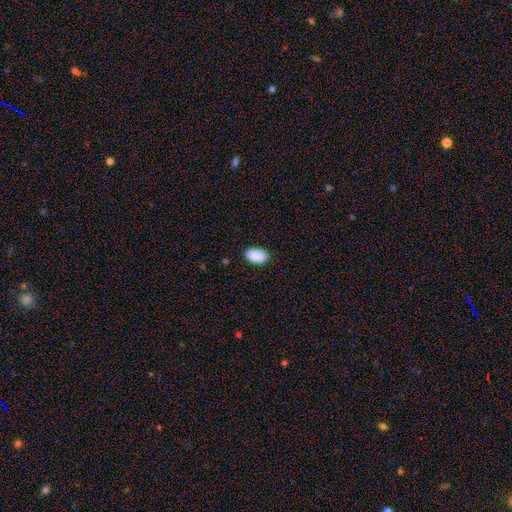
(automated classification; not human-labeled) A smooth galaxy with no disk features (89%) that is in between round and cigar-shaped (93%).

Vote fractions:
- Smooth or featured? smooth: 89% / star or artifact: 8% / featured or disk: 3%
- How rounded? in between: 93% / round: 5% / cigar-shaped: 2%
- Merging? none: 80% / minor disturbance: 16% / major disturbance: 3% / merger: 2%